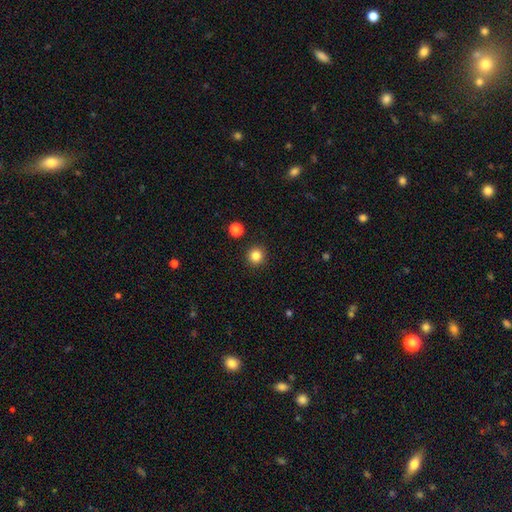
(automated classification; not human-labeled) Morphology: type=smooth (84%); roundness=round (95%); merging=none (92%).